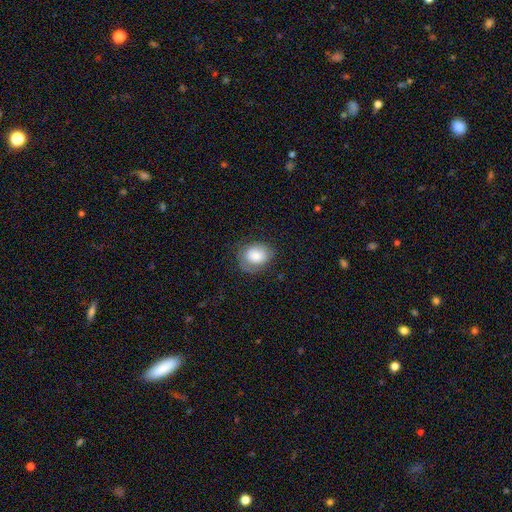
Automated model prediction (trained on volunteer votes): Smooth or featured?
  - smooth: 77% *
  - featured or disk: 15%
  - star or artifact: 8%
How rounded?
  - in between: 51% *
  - round: 48%
  - cigar-shaped: 1%
Merging?
  - none: 66% *
  - minor disturbance: 23%
  - major disturbance: 10%
  - merger: 1%